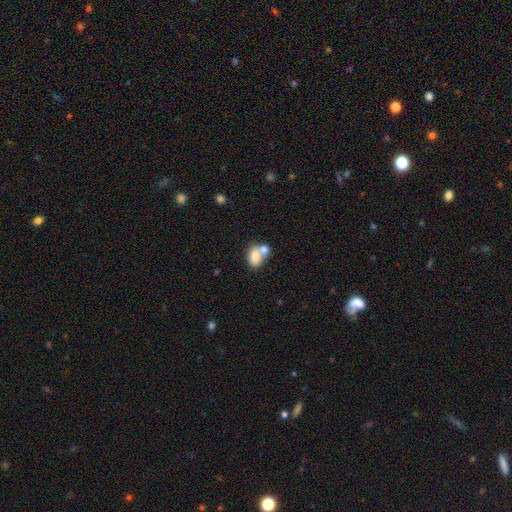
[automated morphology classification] Smooth or featured? Predicted: smooth (p=0.75). How rounded? Predicted: in between (p=0.76). Merging? Predicted: merger (p=0.60).